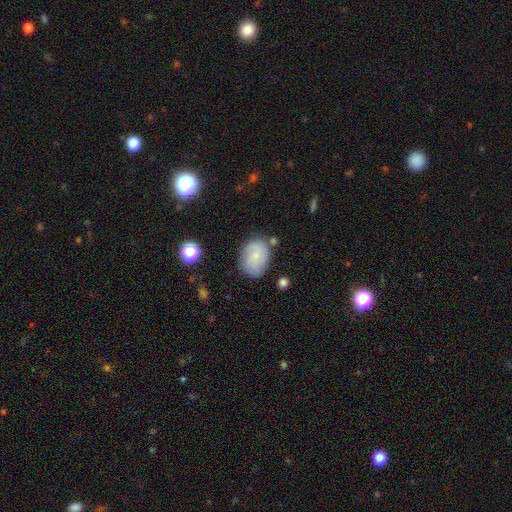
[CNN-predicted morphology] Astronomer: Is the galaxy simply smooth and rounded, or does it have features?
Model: smooth — 62%.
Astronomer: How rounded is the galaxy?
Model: in between — 64%.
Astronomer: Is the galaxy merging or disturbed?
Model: none — 69%.